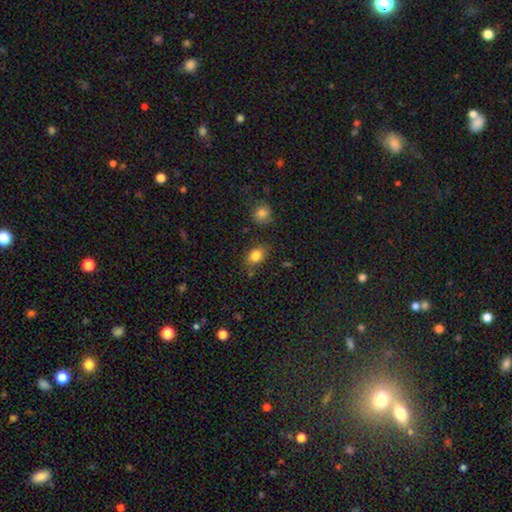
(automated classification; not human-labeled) smooth-or-featured: smooth: 83% | star or artifact: 10% | featured or disk: 7%
  how-rounded: in between: 61% | round: 38% | cigar-shaped: 1%
  merging: none: 74% | minor disturbance: 17% | merger: 5% | major disturbance: 4%